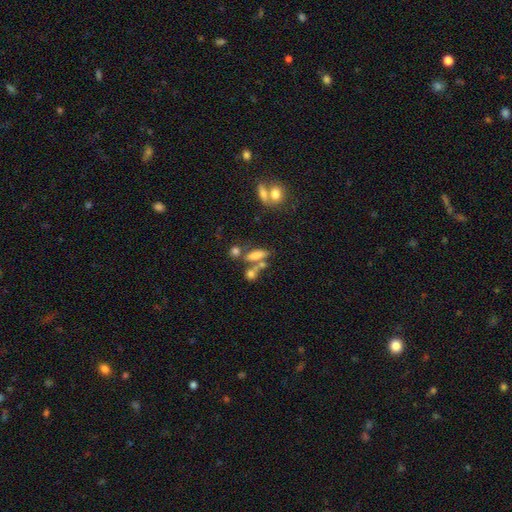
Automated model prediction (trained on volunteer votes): Smooth or featured? Predicted: smooth (p=0.67). How rounded? Predicted: in between (p=0.53). Merging? Predicted: none (p=0.43).